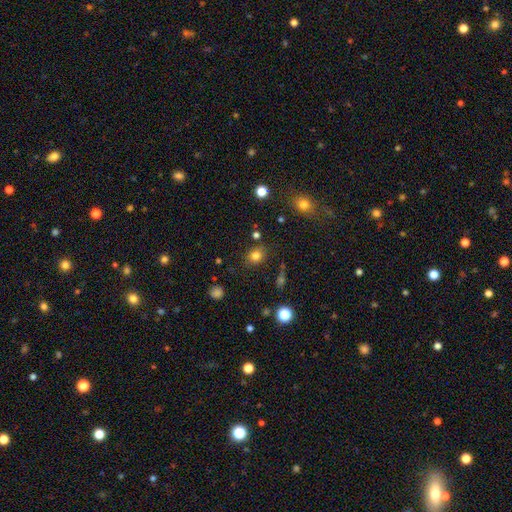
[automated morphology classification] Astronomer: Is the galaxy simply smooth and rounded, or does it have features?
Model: smooth — 78%.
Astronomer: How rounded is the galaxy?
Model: round — 58% (runner-up: in between, 41%).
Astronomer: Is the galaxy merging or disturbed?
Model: none — 81%.